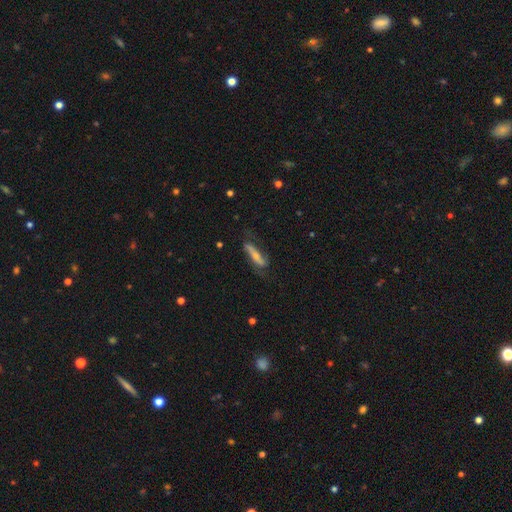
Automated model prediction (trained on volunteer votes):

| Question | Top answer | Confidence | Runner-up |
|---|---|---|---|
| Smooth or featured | featured or disk | 55% | smooth (39%) |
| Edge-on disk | no | 55% | yes (45%) |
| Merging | none | 61% | minor disturbance (24%) |